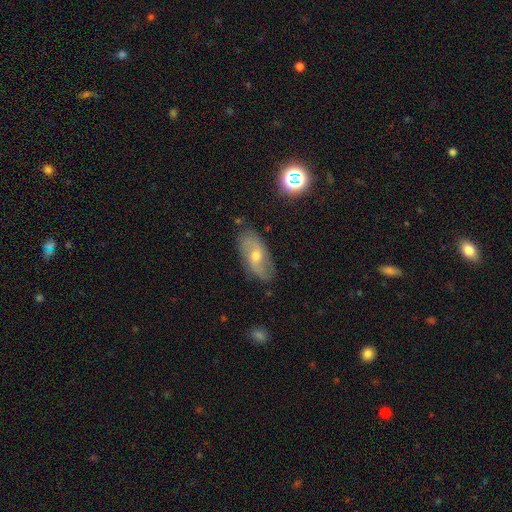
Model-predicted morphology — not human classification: smooth_or_featured: featured or disk (p=0.58) [alt: smooth p=0.32]
disk_edge_on: no (p=0.89) [alt: yes p=0.11]
bar: no (p=0.53) [alt: weak p=0.37]
has_spiral_arms: yes (p=0.78) [alt: no p=0.22]
bulge_size: moderate (p=0.57) [alt: small p=0.38]
merging: none (p=0.79) [alt: minor disturbance p=0.15]